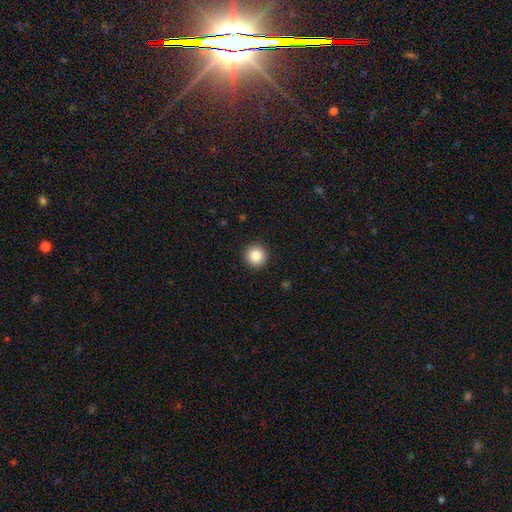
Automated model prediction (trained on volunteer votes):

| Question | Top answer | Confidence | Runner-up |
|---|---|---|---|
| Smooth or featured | smooth | 87% | star or artifact (10%) |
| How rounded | round | 96% | in between (3%) |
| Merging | none | 93% | minor disturbance (5%) |